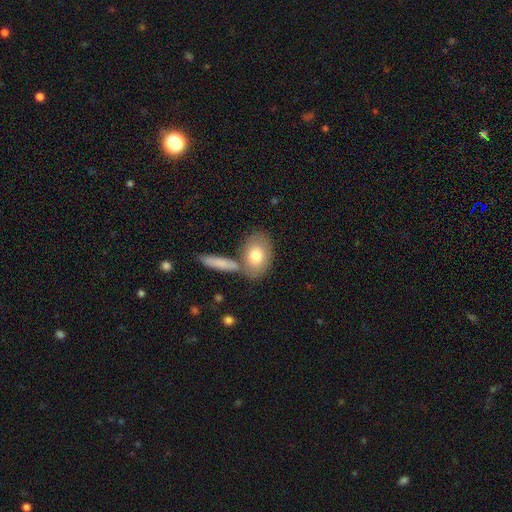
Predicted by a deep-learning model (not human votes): Overall: smooth (75%). How rounded: in between (82%). Merging: none (60%; merger 23%).